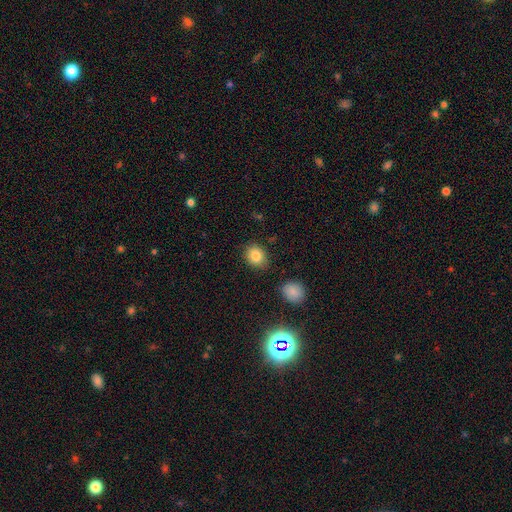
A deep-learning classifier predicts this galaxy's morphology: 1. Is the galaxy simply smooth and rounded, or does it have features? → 83% smooth, 10% star or artifact, 7% featured or disk.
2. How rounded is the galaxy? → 52% round, 47% in between, 1% cigar-shaped.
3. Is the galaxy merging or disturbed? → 82% none, 12% minor disturbance, 3% major disturbance, 3% merger.